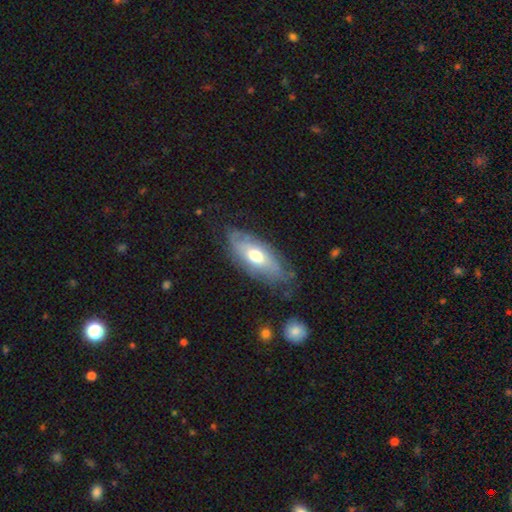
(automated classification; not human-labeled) This is possibly a featured or disk galaxy (50%). Merging: likely none (67%).